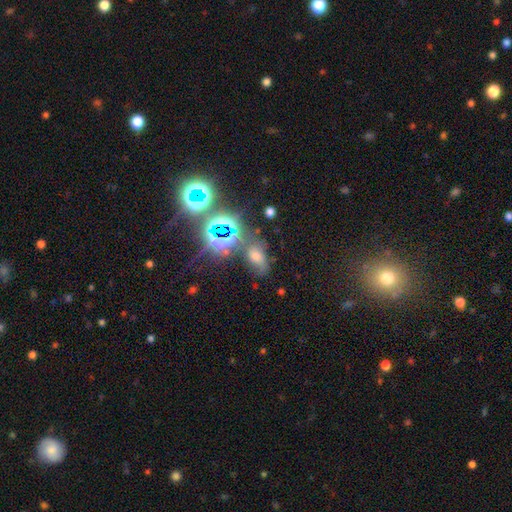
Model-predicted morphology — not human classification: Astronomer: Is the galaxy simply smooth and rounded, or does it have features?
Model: star or artifact — 50% (runner-up: smooth, 33%).